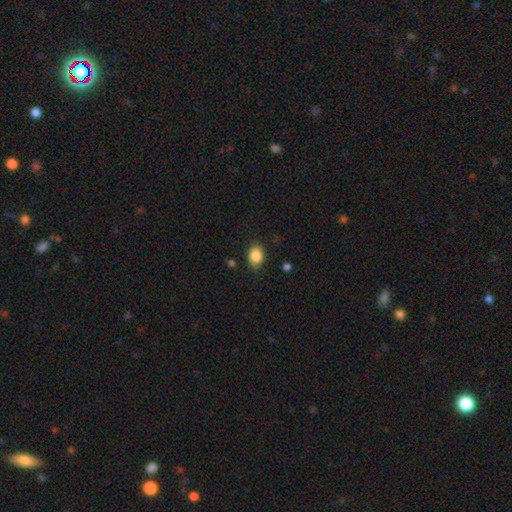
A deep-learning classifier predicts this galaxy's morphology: The model was most divided on "how rounded": in between: 72%, round: 27%, cigar-shaped: 1%. More confident: smooth or featured — smooth (86%); merging — none (82%).